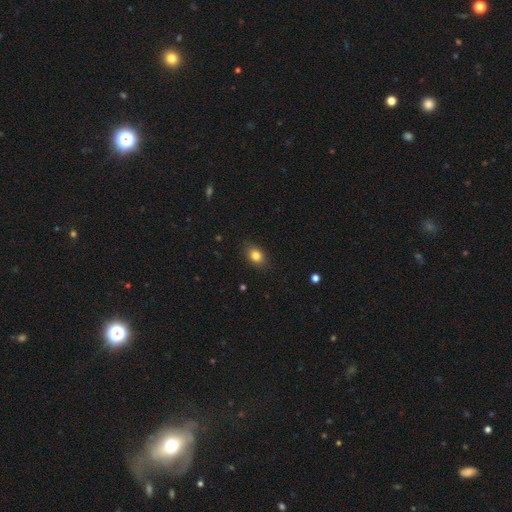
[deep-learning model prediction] Overall: smooth (82%). How rounded: in between (70%). Merging: none (86%).